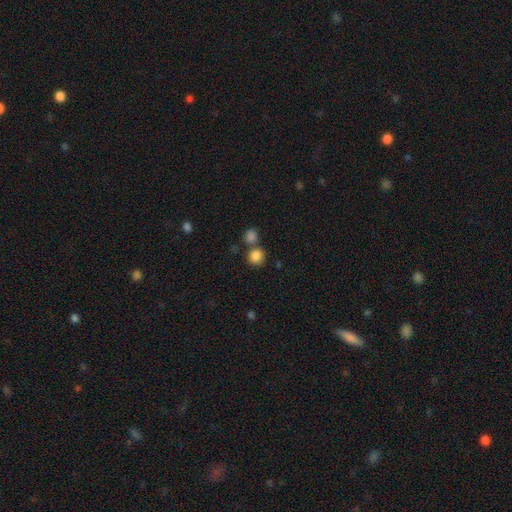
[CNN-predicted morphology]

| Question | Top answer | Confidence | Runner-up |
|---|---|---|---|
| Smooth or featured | smooth | 85% | star or artifact (10%) |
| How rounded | round | 86% | in between (13%) |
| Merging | none | 62% | merger (26%) |